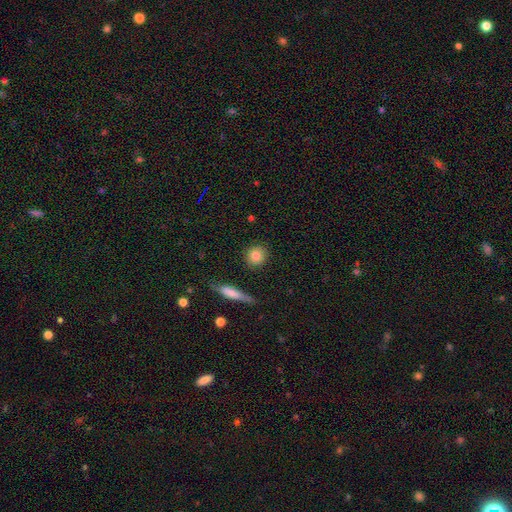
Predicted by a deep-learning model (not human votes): Smooth or featured? Predicted: smooth (p=0.84). How rounded? Predicted: round (p=0.82). Merging? Predicted: none (p=0.86).